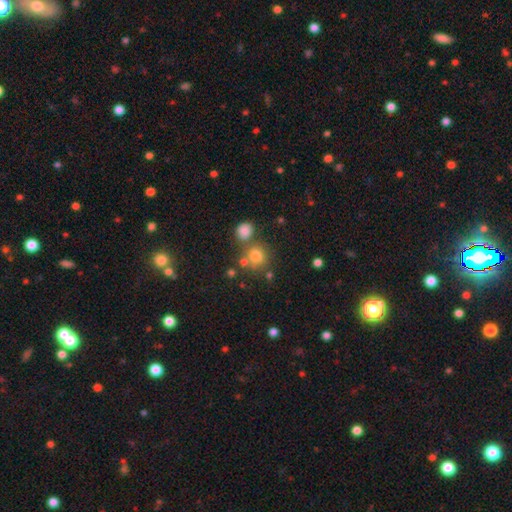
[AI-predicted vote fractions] Smooth or featured: smooth — 73% (star or artifact — 18%)
How rounded: round — 85% (in between — 14%)
Merging: none — 64% (merger — 21%)